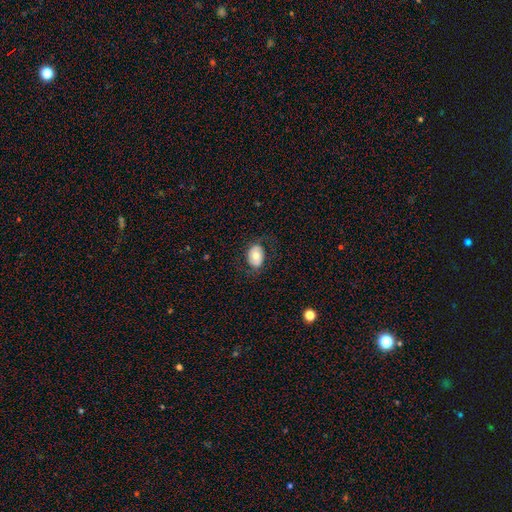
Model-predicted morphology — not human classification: type=smooth (60%); roundness=in between (76%); merging=none (76%).